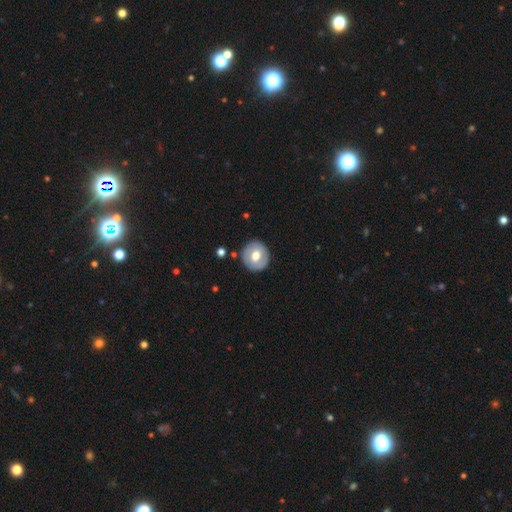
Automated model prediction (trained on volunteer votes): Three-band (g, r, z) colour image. It shows a smooth galaxy with no disk features (51%) that is round (85%). Merging: none (85%).